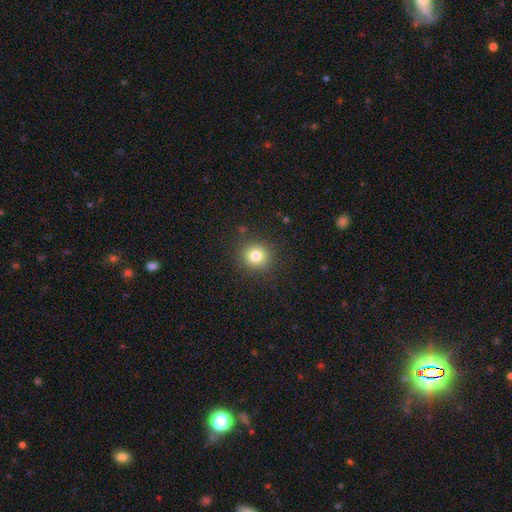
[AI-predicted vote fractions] Smooth or featured? smooth (80%)
How rounded? round (90%)
Merging? none (88%)